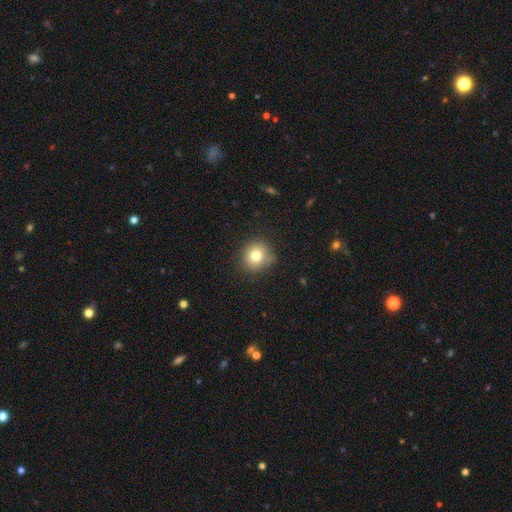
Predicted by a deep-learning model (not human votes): smooth_or_featured: smooth (p=0.79) [alt: star or artifact p=0.12]
how_rounded: round (p=0.86) [alt: in between p=0.13]
merging: none (p=0.80) [alt: minor disturbance p=0.14]